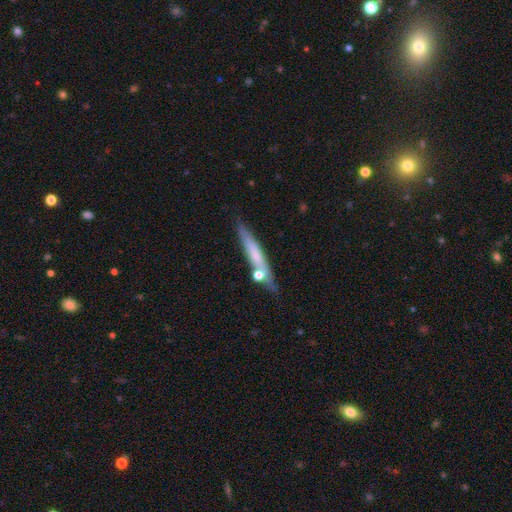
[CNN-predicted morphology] Q: Smooth or featured?
A: smooth (50%); runner-up: featured or disk (43%)
Q: How rounded?
A: cigar-shaped (92%); runner-up: in between (6%)
Q: Merging?
A: none (73%); runner-up: minor disturbance (14%)